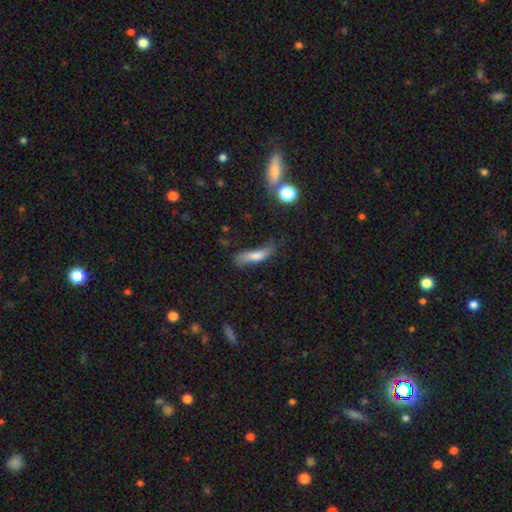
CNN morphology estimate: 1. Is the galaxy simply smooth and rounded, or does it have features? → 67% smooth, 24% featured or disk, 10% star or artifact.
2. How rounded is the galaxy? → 64% cigar-shaped, 33% in between, 3% round.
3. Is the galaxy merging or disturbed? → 48% none, 31% minor disturbance, 17% major disturbance, 5% merger.